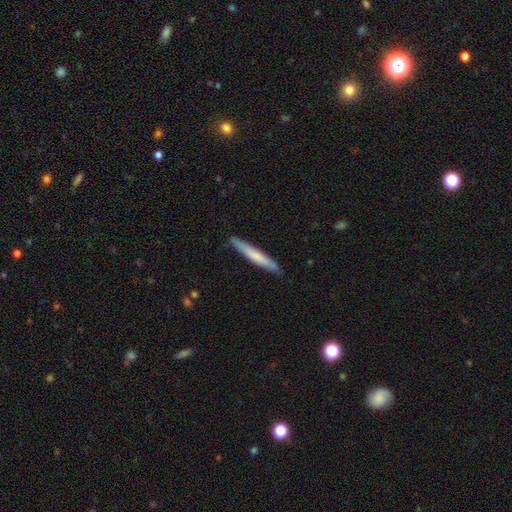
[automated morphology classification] Overall: smooth (65%; featured or disk 30%). How rounded: cigar-shaped (95%). Merging: none (87%).